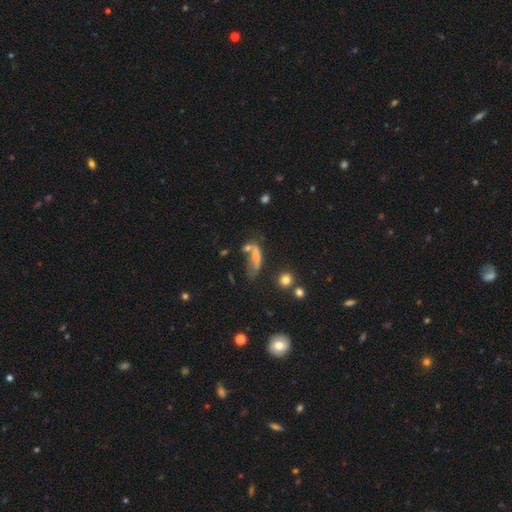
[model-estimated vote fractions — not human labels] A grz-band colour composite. It shows a smooth galaxy with no disk features (65%) that is cigar-shaped (49%). Merging: none (32%).